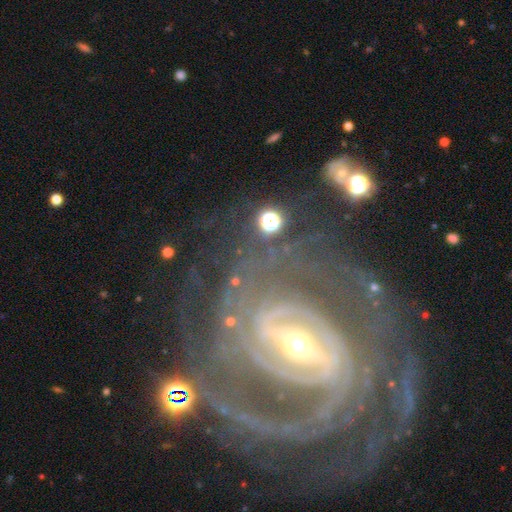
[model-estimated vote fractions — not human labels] Smooth or featured?
  - featured or disk: 91% *
  - star or artifact: 6%
  - smooth: 3%
Edge-on disk?
  - no: 97% *
  - yes: 3%
Bar?
  - strong: 62% *
  - weak: 30%
  - no: 9%
Spiral arms?
  - yes: 97% *
  - no: 3%
Spiral winding?
  - tight: 68% *
  - medium: 27%
  - loose: 6%
Spiral arm count?
  - 2: 25% *
  - can't tell: 22%
  - 3: 18%
  - 4: 17%
  - more than 4: 10%
  - 1: 7%
Bulge size?
  - small: 59% *
  - moderate: 36%
  - large: 4%
  - none: 1%
  - dominant: 1%
Merging?
  - none: 67% *
  - minor disturbance: 15%
  - major disturbance: 14%
  - merger: 3%